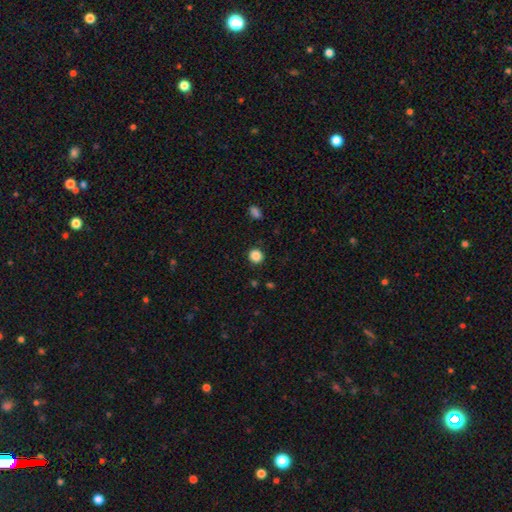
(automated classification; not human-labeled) smooth-or-featured: smooth: 86% | star or artifact: 11% | featured or disk: 3%
  how-rounded: round: 93% | in between: 6% | cigar-shaped: 1%
  merging: none: 92% | minor disturbance: 5% | major disturbance: 2% | merger: 1%